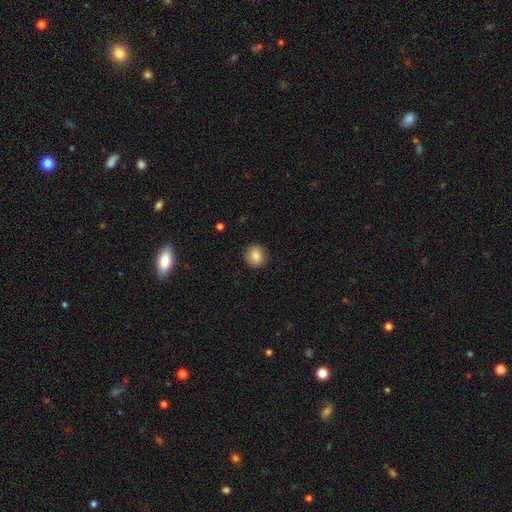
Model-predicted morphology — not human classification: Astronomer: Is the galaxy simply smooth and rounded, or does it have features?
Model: smooth — 84%.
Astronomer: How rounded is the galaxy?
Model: round — 89%.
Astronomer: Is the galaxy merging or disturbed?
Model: none — 89%.